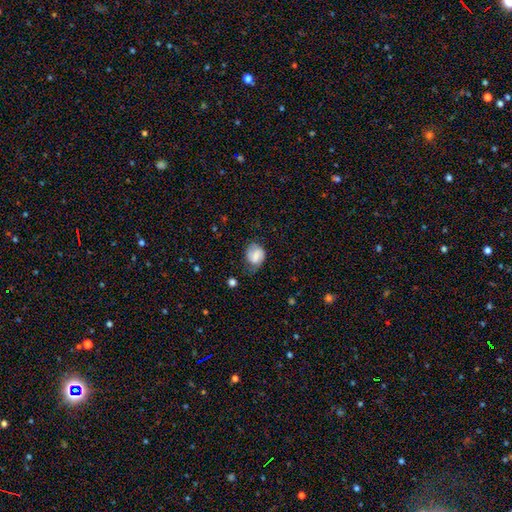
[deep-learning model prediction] Smooth or featured: smooth — 55% (featured or disk — 36%)
How rounded: in between — 55% (round — 44%)
Merging: none — 47% (minor disturbance — 34%)